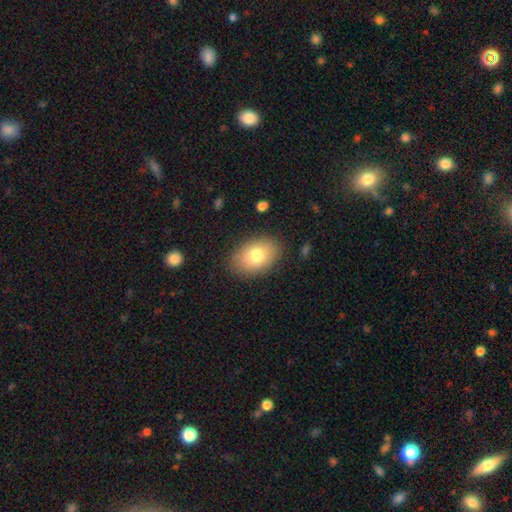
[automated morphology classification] Smooth or featured?
  - smooth: 78% *
  - featured or disk: 14%
  - star or artifact: 8%
How rounded?
  - in between: 85% *
  - round: 14%
  - cigar-shaped: 1%
Merging?
  - none: 86% *
  - minor disturbance: 10%
  - major disturbance: 3%
  - merger: 1%